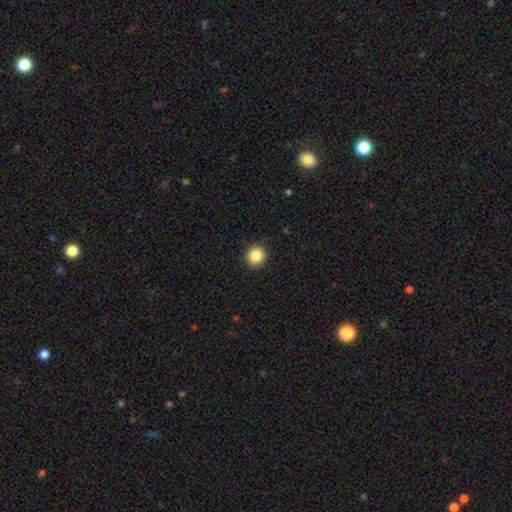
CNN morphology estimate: Smooth or featured? Predicted: smooth (p=0.85). How rounded? Predicted: round (p=0.89). Merging? Predicted: none (p=0.91).